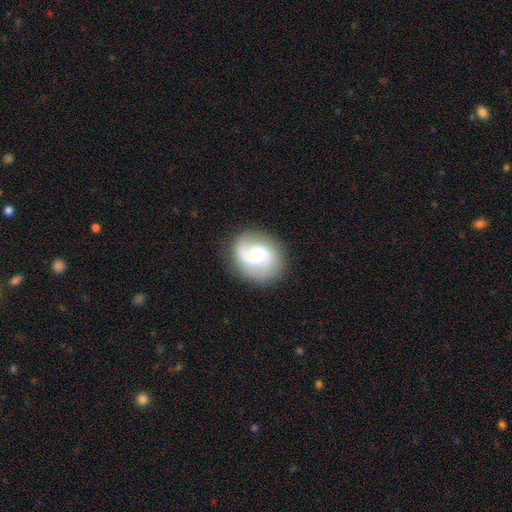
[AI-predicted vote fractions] Smooth or featured? featured or disk (76%)
Edge-on disk? no (98%)
Bar? no (52%)
Spiral arms? yes (95%)
Spiral winding? medium (48%)
Spiral arm count? 2 (87%)
Bulge size? moderate (49%)
Merging? none (82%)